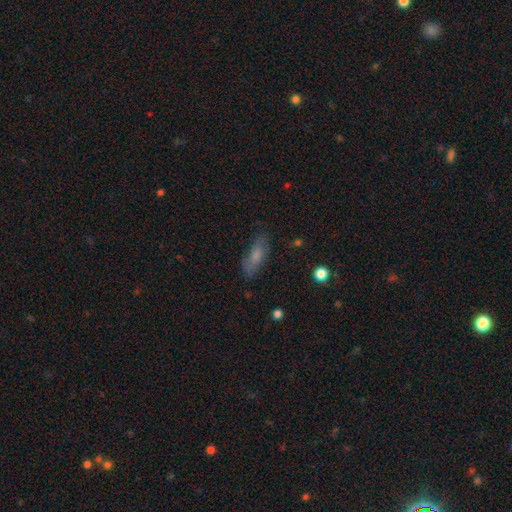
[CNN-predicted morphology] Smooth or featured? Predicted: smooth (p=0.67). How rounded? Predicted: in between (p=0.64). Merging? Predicted: none (p=0.75).